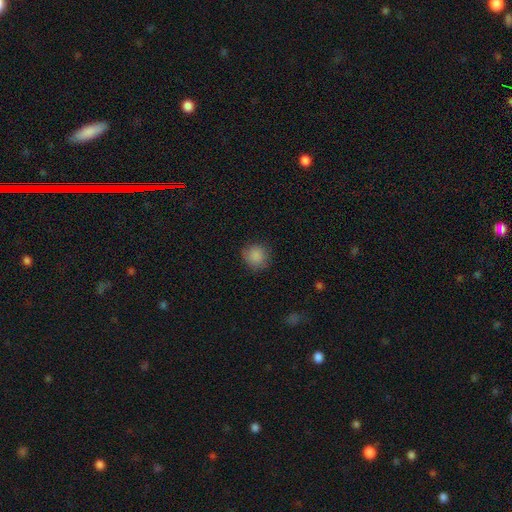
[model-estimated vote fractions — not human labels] The model was most divided on "merging": none: 83%, minor disturbance: 13%, major disturbance: 3%, merger: 1%. More confident: how rounded — round (89%); smooth or featured — smooth (87%).